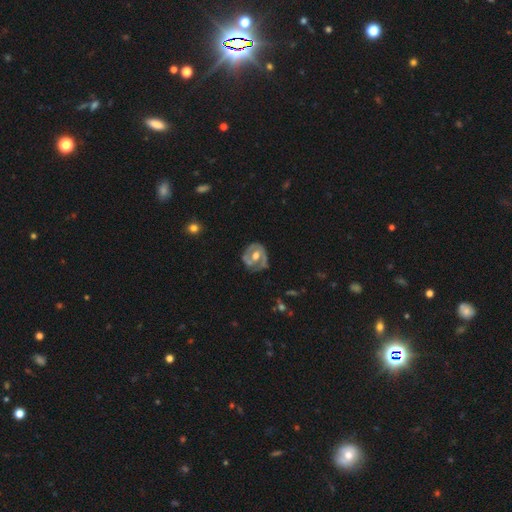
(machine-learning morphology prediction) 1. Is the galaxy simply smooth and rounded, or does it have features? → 72% featured or disk, 23% smooth, 5% star or artifact.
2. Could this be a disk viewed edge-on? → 97% no, 3% yes.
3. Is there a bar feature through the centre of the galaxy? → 51% no, 35% weak, 14% strong.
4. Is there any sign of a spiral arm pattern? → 61% yes, 39% no.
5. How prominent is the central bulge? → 73% moderate, 15% large, 10% small, 1% none, 1% dominant.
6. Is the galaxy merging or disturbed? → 64% none, 23% minor disturbance, 10% major disturbance, 2% merger.